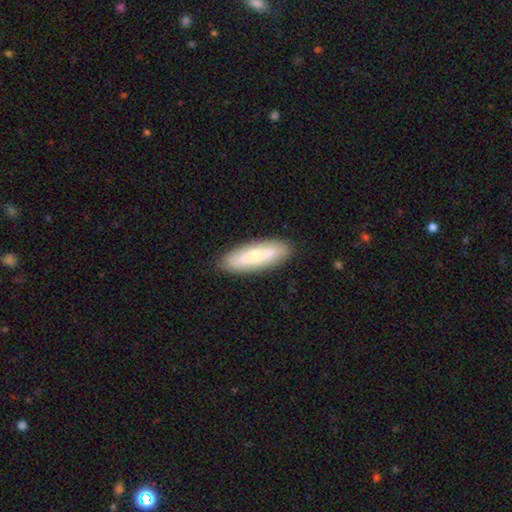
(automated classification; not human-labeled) This is likely a smooth galaxy (62%). How rounded: possibly cigar-shaped (51%). Merging: clearly none (89%).